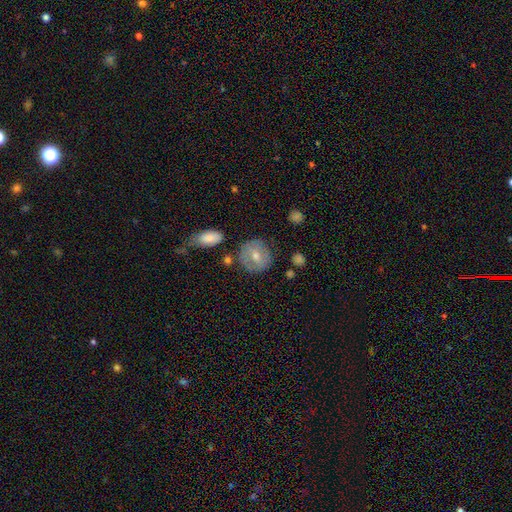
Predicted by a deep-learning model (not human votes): smooth_or_featured: smooth (p=0.48) [alt: featured or disk p=0.43]
merging: none (p=0.72) [alt: minor disturbance p=0.17]